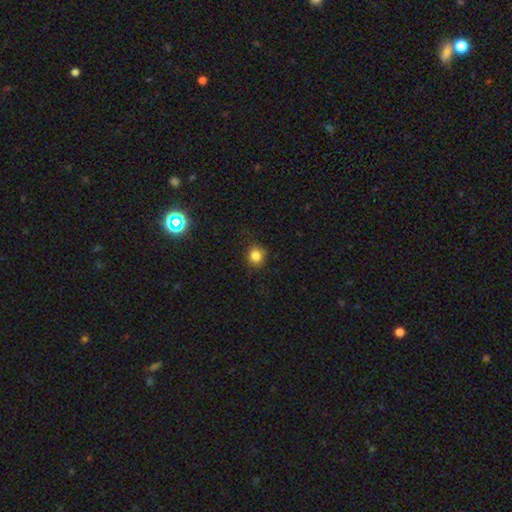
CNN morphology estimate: This appears to be a smooth galaxy with no disk features (83%) that is round (89%). Merging: none (85%).